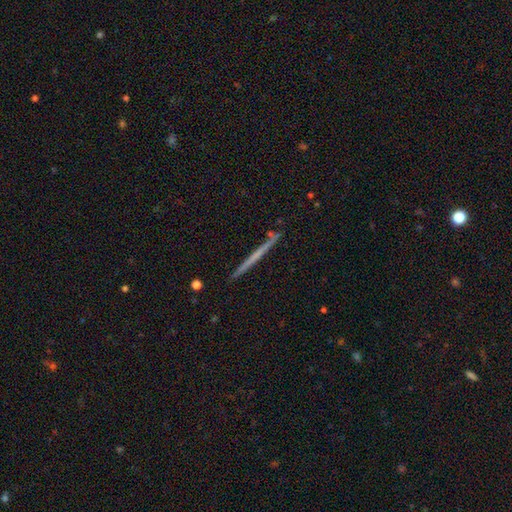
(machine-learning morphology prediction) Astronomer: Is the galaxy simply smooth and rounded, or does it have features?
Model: featured or disk — 60% (runner-up: smooth, 35%).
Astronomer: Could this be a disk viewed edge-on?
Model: yes — 98%.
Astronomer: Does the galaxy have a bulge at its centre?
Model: none — 87%.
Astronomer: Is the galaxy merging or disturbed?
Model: none — 91%.